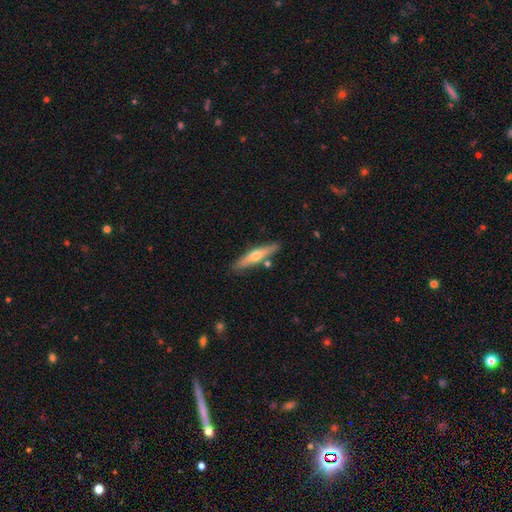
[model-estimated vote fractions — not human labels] smooth_or_featured: featured or disk (p=0.48) [alt: smooth p=0.47]
merging: none (p=0.80) [alt: minor disturbance p=0.11]